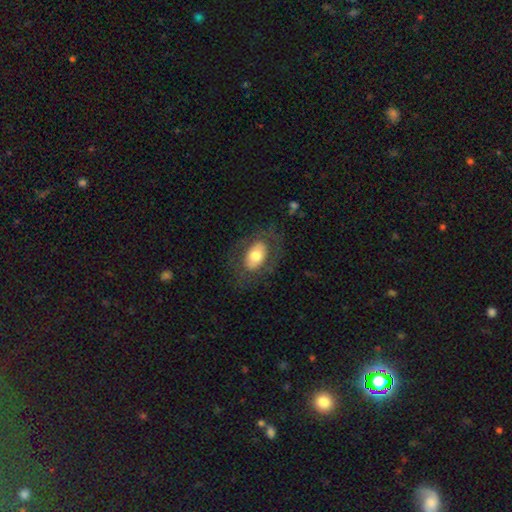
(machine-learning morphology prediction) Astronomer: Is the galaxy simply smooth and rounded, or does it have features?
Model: smooth — 59%.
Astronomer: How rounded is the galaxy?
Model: in between — 86%.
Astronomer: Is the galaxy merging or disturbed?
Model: none — 72%.